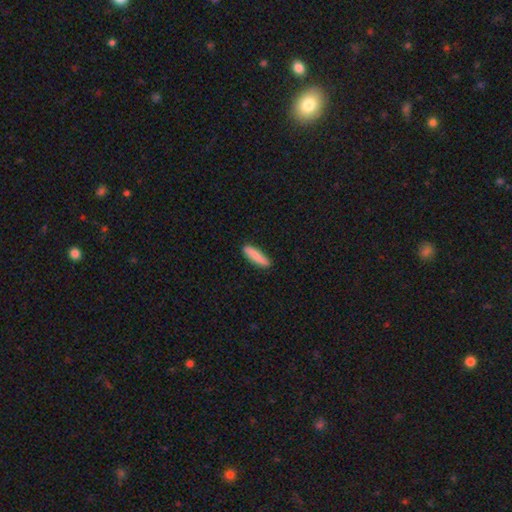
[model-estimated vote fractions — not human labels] Q: Smooth or featured?
A: smooth (86%); runner-up: featured or disk (8%)
Q: How rounded?
A: cigar-shaped (78%); runner-up: in between (20%)
Q: Merging?
A: none (89%); runner-up: minor disturbance (8%)